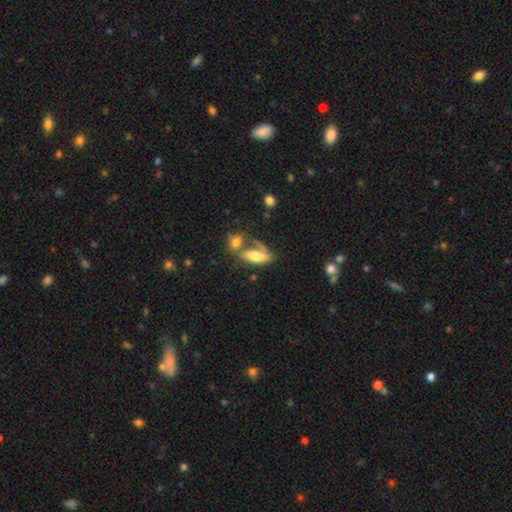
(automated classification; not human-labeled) Smooth or featured?
  - smooth: 66% *
  - featured or disk: 26%
  - star or artifact: 8%
How rounded?
  - in between: 71% *
  - cigar-shaped: 26%
  - round: 3%
Merging?
  - merger: 38% *
  - none: 37%
  - minor disturbance: 15%
  - major disturbance: 11%